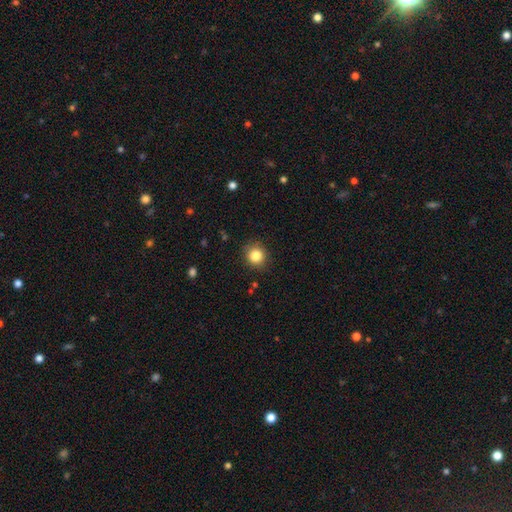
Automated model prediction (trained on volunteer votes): Smooth or featured: smooth — 84% (star or artifact — 11%)
How rounded: round — 89% (in between — 10%)
Merging: none — 87% (minor disturbance — 9%)